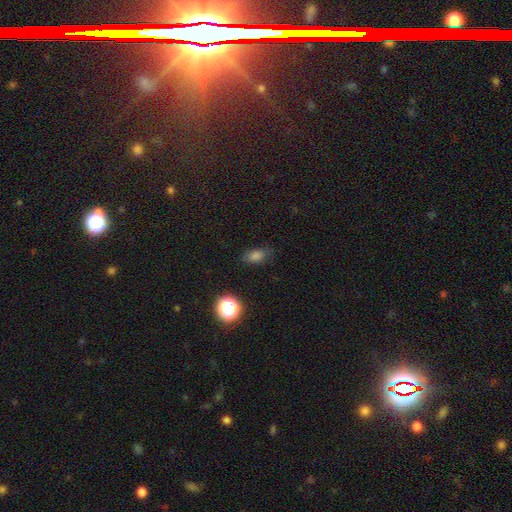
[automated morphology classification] Smooth or featured? Predicted: smooth (p=0.77). How rounded? Predicted: in between (p=0.80). Merging? Predicted: none (p=0.76).